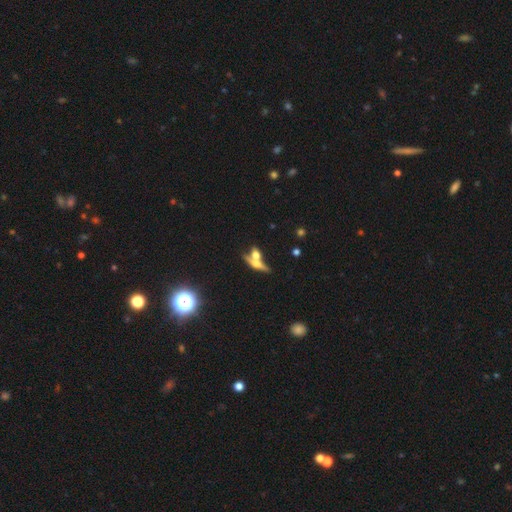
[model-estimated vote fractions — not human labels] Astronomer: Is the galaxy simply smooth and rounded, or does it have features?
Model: featured or disk — 51% (runner-up: smooth, 37%).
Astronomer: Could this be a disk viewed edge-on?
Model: yes — 81%.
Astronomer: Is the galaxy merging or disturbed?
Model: merger — 44% (runner-up: none, 42%).